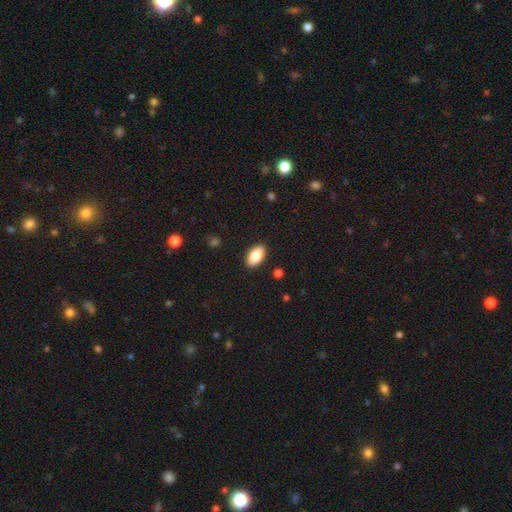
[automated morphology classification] smooth_or_featured: smooth (p=0.86) [alt: featured or disk p=0.07]
how_rounded: in between (p=0.94) [alt: round p=0.03]
merging: none (p=0.89) [alt: minor disturbance p=0.08]